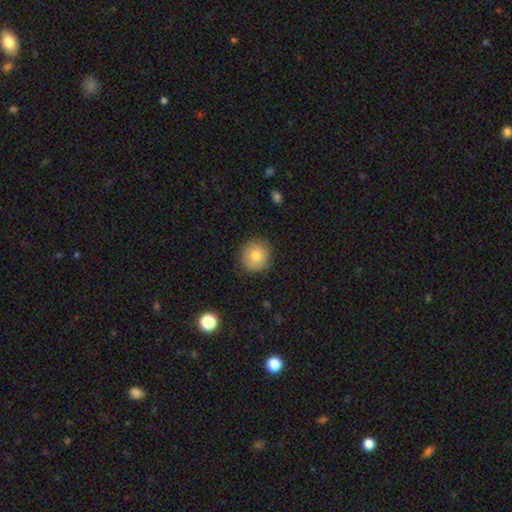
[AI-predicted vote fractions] The model was most divided on "smooth or featured": smooth: 78%, featured or disk: 12%, star or artifact: 9%. More confident: how rounded — round (90%); merging — none (86%).